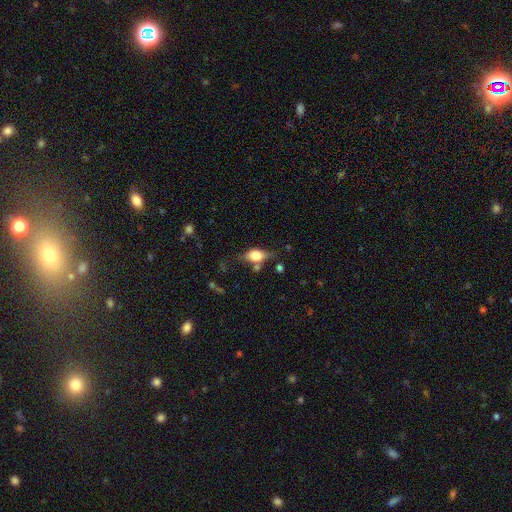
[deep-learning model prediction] This is likely a smooth galaxy (63%). How rounded: likely in between (78%). Merging: possibly none (59%).